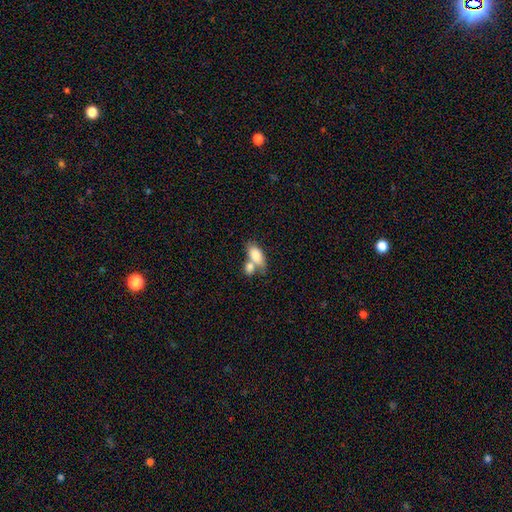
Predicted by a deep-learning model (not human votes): The model was most divided on "merging": merger: 54%, none: 30%, minor disturbance: 10%, major disturbance: 5%. More confident: how rounded — in between (88%); smooth or featured — smooth (80%).